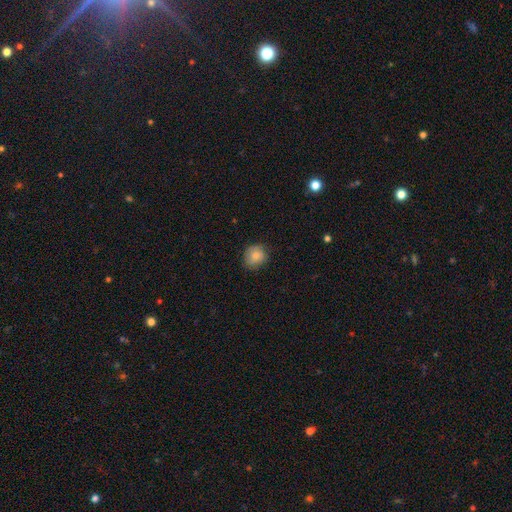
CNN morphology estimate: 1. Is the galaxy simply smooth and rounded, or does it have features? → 82% smooth, 10% featured or disk, 8% star or artifact.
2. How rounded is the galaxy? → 79% round, 20% in between, 1% cigar-shaped.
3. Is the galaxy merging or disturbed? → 76% none, 19% minor disturbance, 4% major disturbance, 1% merger.